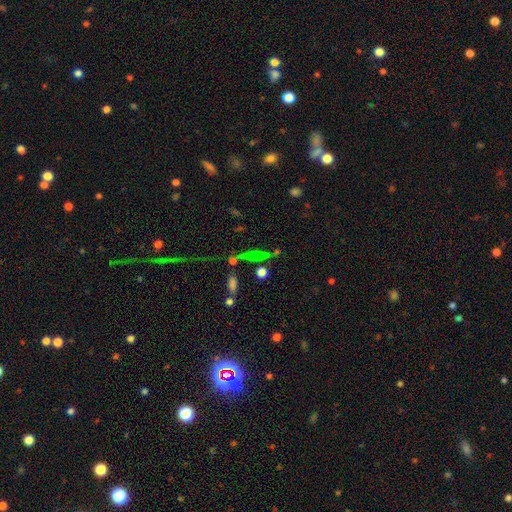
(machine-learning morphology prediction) This is marginally a smooth galaxy (40%). Merging: likely none (62%).